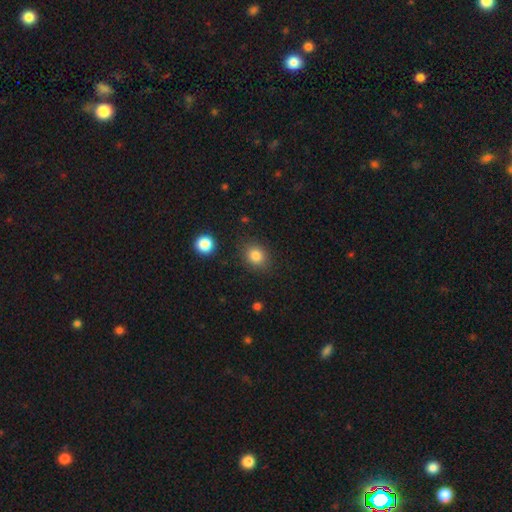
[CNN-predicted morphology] The model was most divided on "how rounded": round: 65%, in between: 34%, cigar-shaped: 1%. More confident: merging — none (85%); smooth or featured — smooth (83%).